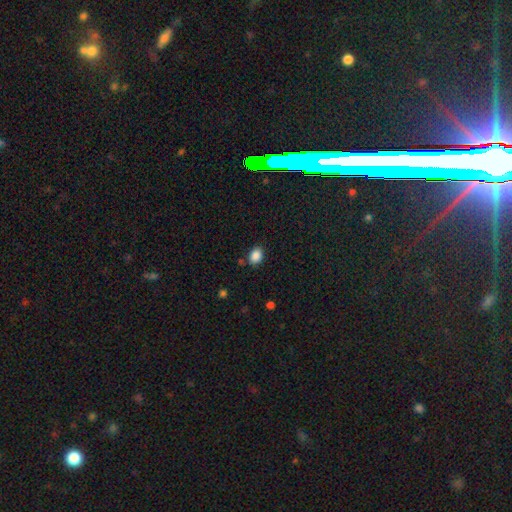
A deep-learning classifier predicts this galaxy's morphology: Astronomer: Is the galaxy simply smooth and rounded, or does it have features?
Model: smooth — 87%.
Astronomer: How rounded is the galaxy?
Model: in between — 71%.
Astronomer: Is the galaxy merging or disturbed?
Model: none — 83%.